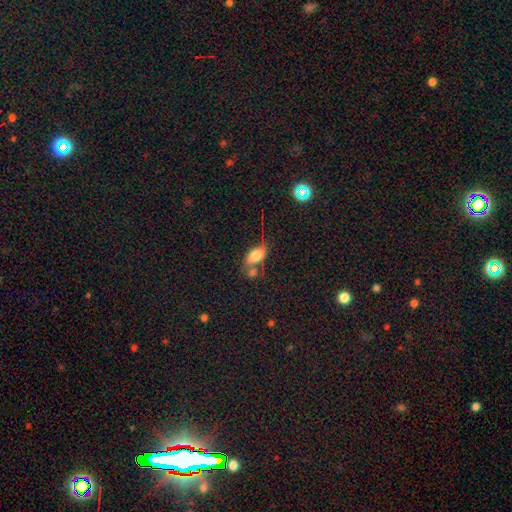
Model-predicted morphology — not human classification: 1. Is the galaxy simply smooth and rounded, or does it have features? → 63% smooth, 25% featured or disk, 11% star or artifact.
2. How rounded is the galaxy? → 85% in between, 9% round, 6% cigar-shaped.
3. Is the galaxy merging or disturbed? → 33% merger, 32% none, 19% minor disturbance, 16% major disturbance.